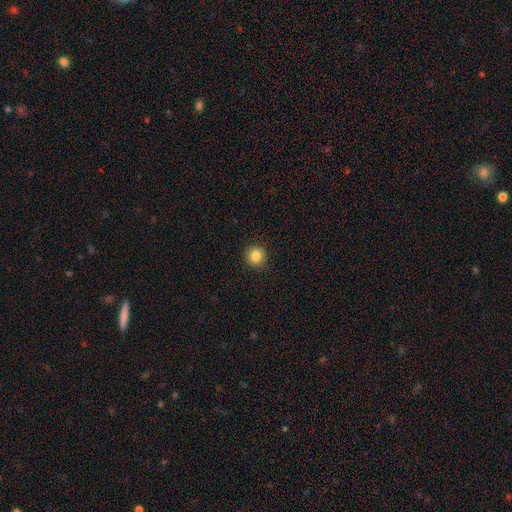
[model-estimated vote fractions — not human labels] Q: Smooth or featured?
A: smooth (85%); runner-up: star or artifact (10%)
Q: How rounded?
A: round (93%); runner-up: in between (6%)
Q: Merging?
A: none (91%); runner-up: minor disturbance (6%)